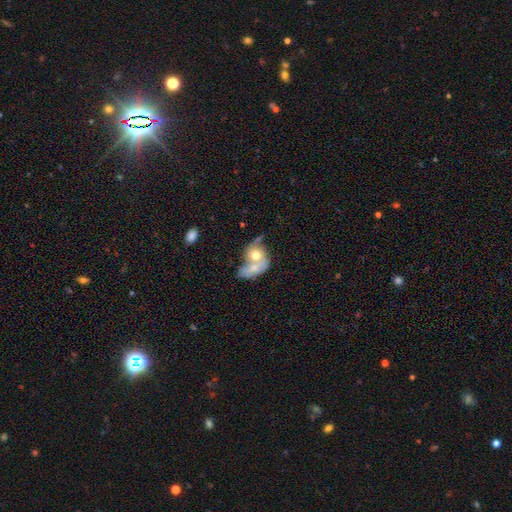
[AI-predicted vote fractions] Q: Smooth or featured?
A: smooth (50%); runner-up: featured or disk (42%)
Q: How rounded?
A: in between (55%); runner-up: round (43%)
Q: Merging?
A: merger (72%); runner-up: none (12%)